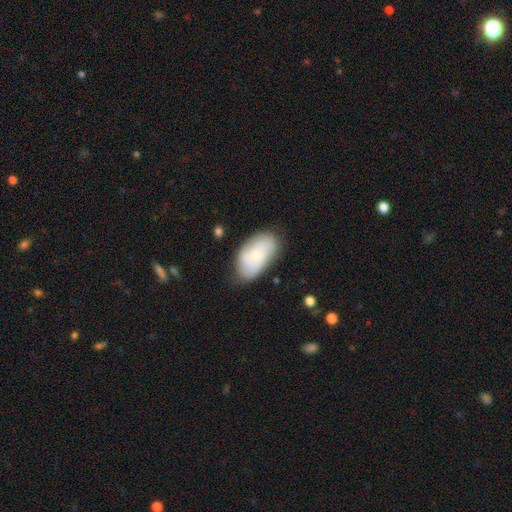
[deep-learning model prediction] smooth_or_featured: smooth (p=0.53) [alt: featured or disk p=0.40]
how_rounded: in between (p=0.93) [alt: round p=0.04]
merging: none (p=0.68) [alt: minor disturbance p=0.24]